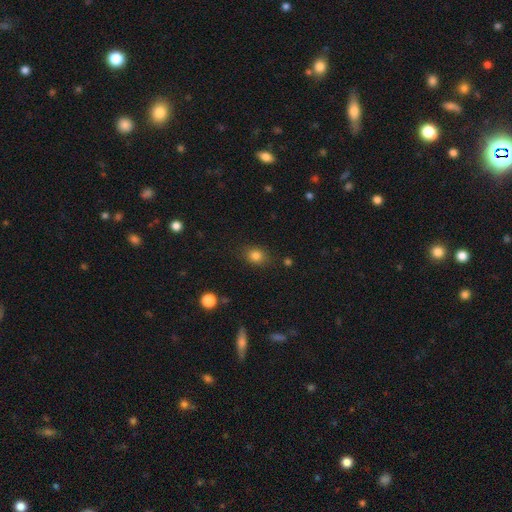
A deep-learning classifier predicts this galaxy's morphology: A smooth galaxy with no disk features (82%) that is round (56%).

Vote fractions:
- Smooth or featured? smooth: 82% / star or artifact: 12% / featured or disk: 6%
- How rounded? round: 56% / in between: 43% / cigar-shaped: 1%
- Merging? none: 84% / minor disturbance: 11% / major disturbance: 3% / merger: 2%